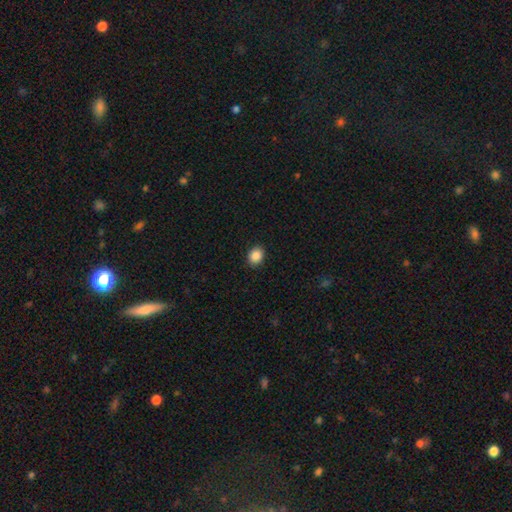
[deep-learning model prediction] Smooth or featured? Predicted: smooth (p=0.88). How rounded? Predicted: round (p=0.57). Merging? Predicted: none (p=0.90).